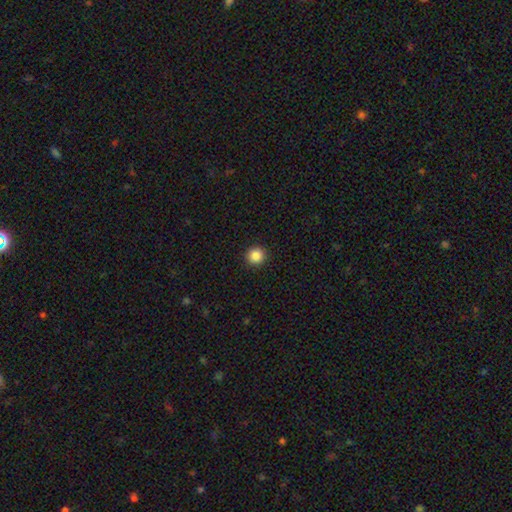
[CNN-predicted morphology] Smooth or featured? Predicted: smooth (p=0.86). How rounded? Predicted: round (p=0.95). Merging? Predicted: none (p=0.93).